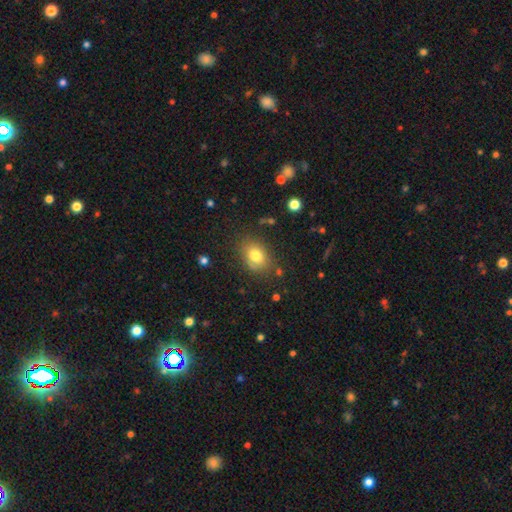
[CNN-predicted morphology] This appears to be a smooth galaxy with no disk features (78%) that is in between round and cigar-shaped (67%). Merging: none (79%).